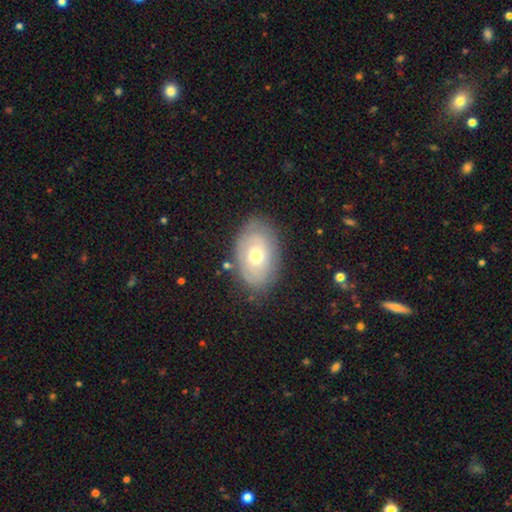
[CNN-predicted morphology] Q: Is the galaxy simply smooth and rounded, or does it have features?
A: smooth — 48%.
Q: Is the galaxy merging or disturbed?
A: none — 78%.